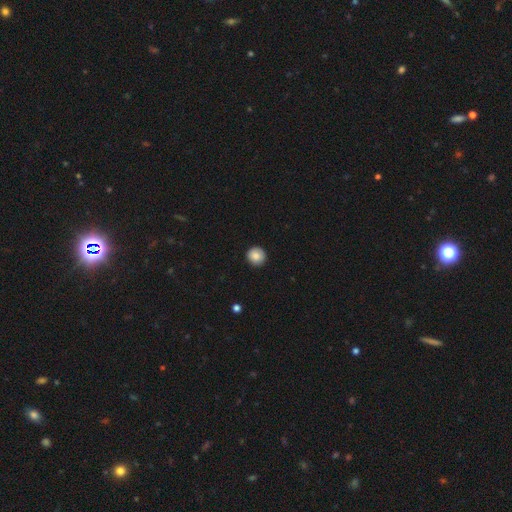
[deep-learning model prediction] smooth_or_featured: smooth (p=0.86) [alt: star or artifact p=0.08]
how_rounded: round (p=0.95) [alt: in between p=0.04]
merging: none (p=0.92) [alt: minor disturbance p=0.06]